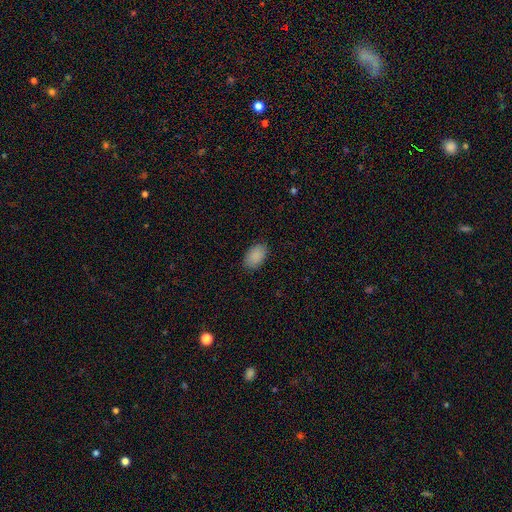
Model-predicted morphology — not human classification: smooth 90%, star or artifact 7%, featured or disk 3%. Down the decision tree: how rounded — in between (93%); merging — none (87%).